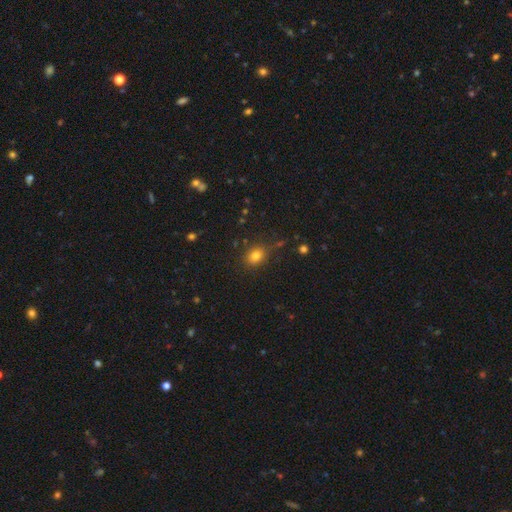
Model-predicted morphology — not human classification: The model was most divided on "how rounded": round: 50%, in between: 49%, cigar-shaped: 1%. More confident: merging — none (81%); smooth or featured — smooth (79%).